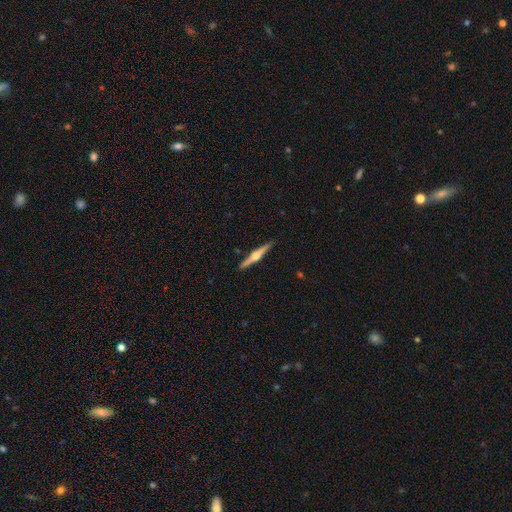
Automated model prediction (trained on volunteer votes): Smooth or featured: featured or disk — 78% (smooth — 17%)
Edge-on disk: yes — 98% (no — 2%)
Edge-on bulge: rounded — 94% (boxy — 4%)
Merging: none — 92% (minor disturbance — 6%)